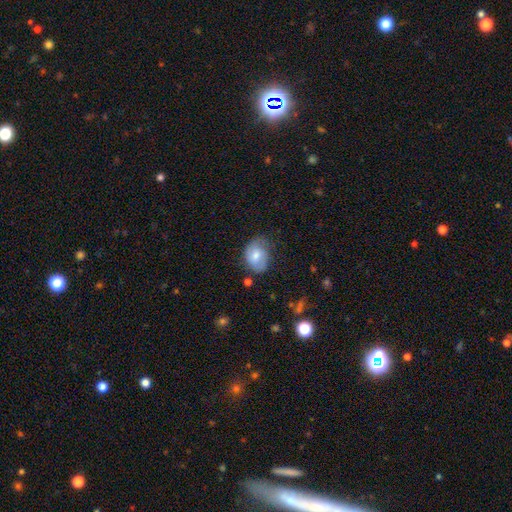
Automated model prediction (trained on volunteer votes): Smooth or featured? smooth (66%)
How rounded? in between (68%)
Merging? none (52%)